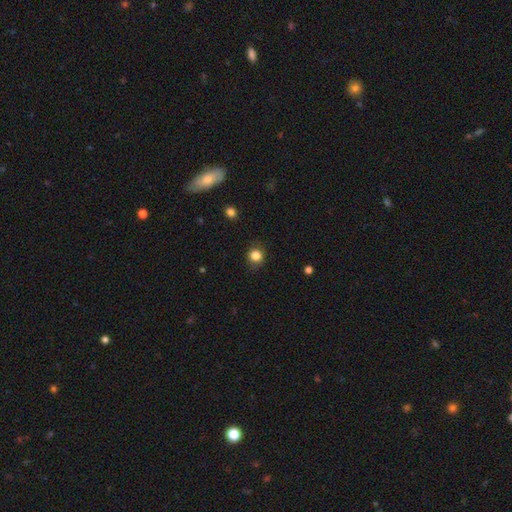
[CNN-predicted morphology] The model was most divided on "smooth or featured": smooth: 84%, star or artifact: 12%, featured or disk: 4%. More confident: how rounded — round (87%); merging — none (86%).